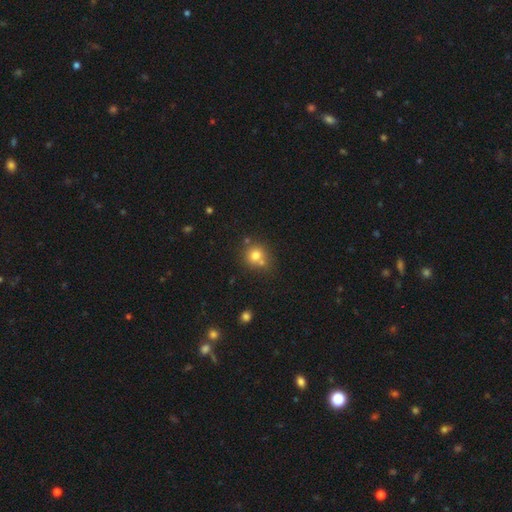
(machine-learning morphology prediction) Smooth or featured: smooth — 76% (star or artifact — 13%)
How rounded: round — 86% (in between — 13%)
Merging: none — 58% (merger — 28%)